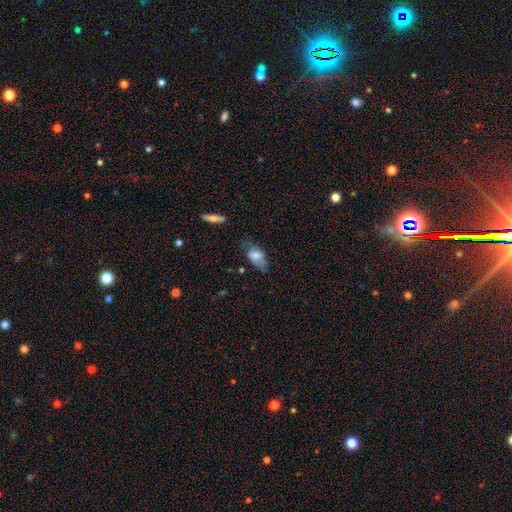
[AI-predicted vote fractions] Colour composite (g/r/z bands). It shows a smooth galaxy with no disk features (58%) that is in between round and cigar-shaped (89%). Merging: none (48%).